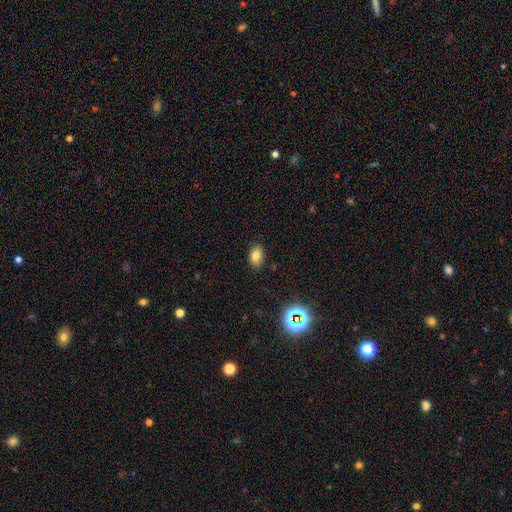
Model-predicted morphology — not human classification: smooth-or-featured: smooth: 80% | star or artifact: 13% | featured or disk: 7%
  how-rounded: in between: 87% | round: 12% | cigar-shaped: 2%
  merging: none: 86% | minor disturbance: 10% | major disturbance: 3% | merger: 1%